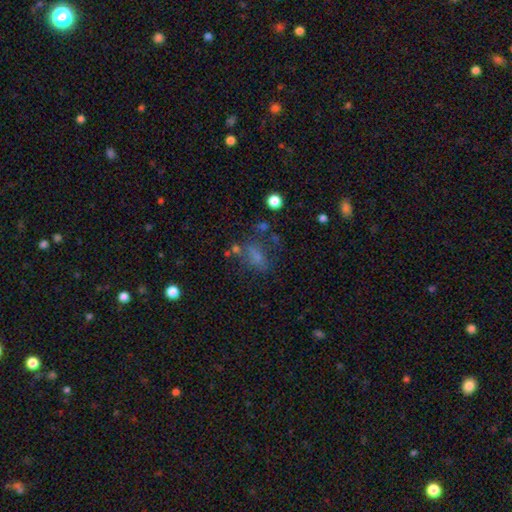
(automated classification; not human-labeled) This appears to be a smooth galaxy with no disk features (62%) that is in between round and cigar-shaped (72%). Merging: none (52%).